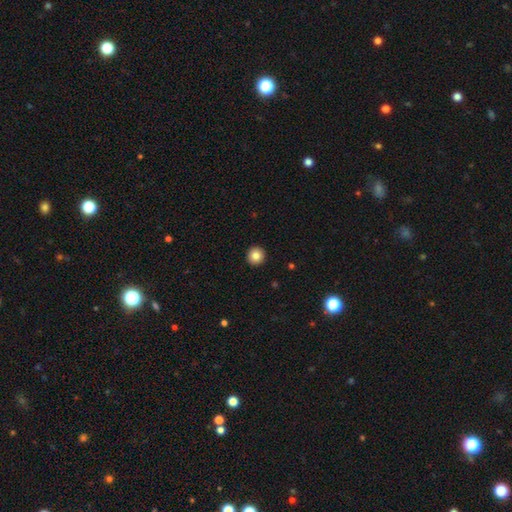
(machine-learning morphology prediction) Smooth or featured? smooth (84%)
How rounded? round (95%)
Merging? none (94%)